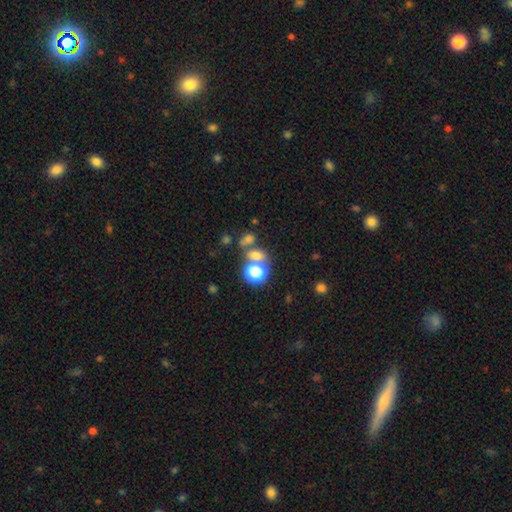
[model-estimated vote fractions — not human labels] Smooth or featured?
  - smooth: 64% *
  - star or artifact: 25%
  - featured or disk: 11%
How rounded?
  - round: 54% *
  - in between: 44%
  - cigar-shaped: 2%
Merging?
  - none: 49% *
  - merger: 35%
  - minor disturbance: 10%
  - major disturbance: 6%